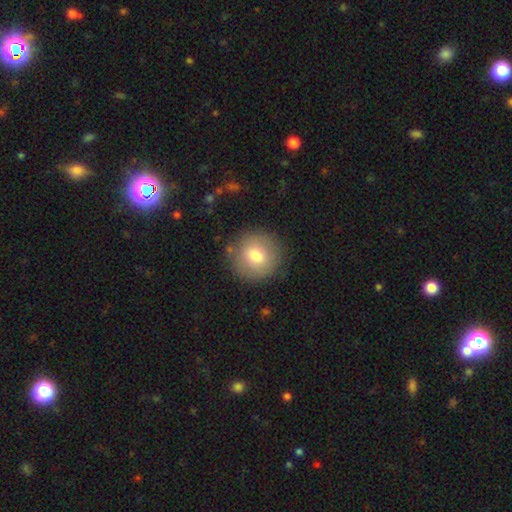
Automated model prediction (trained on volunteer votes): Smooth or featured: smooth — 76% (featured or disk — 15%)
How rounded: round — 94% (in between — 5%)
Merging: none — 86% (minor disturbance — 9%)